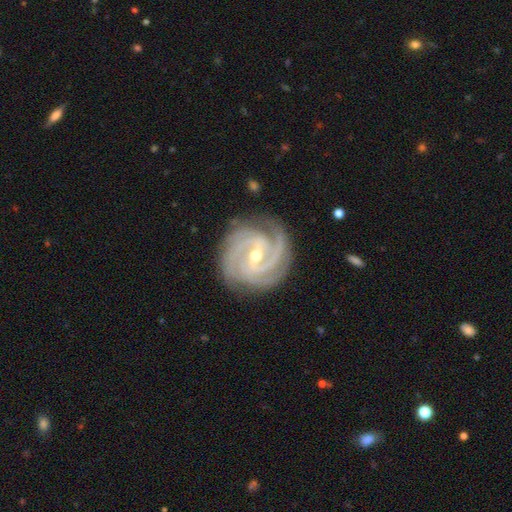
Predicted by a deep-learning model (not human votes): Q: Smooth or featured?
A: featured or disk (93%); runner-up: star or artifact (4%)
Q: Edge-on disk?
A: no (98%); runner-up: yes (2%)
Q: Bar?
A: weak (46%); runner-up: strong (38%)
Q: Spiral arms?
A: yes (99%); runner-up: no (1%)
Q: Spiral winding?
A: tight (72%); runner-up: medium (25%)
Q: Spiral arm count?
A: 3 (48%); runner-up: 4 (19%)
Q: Bulge size?
A: small (51%); runner-up: moderate (47%)
Q: Merging?
A: none (83%); runner-up: minor disturbance (13%)